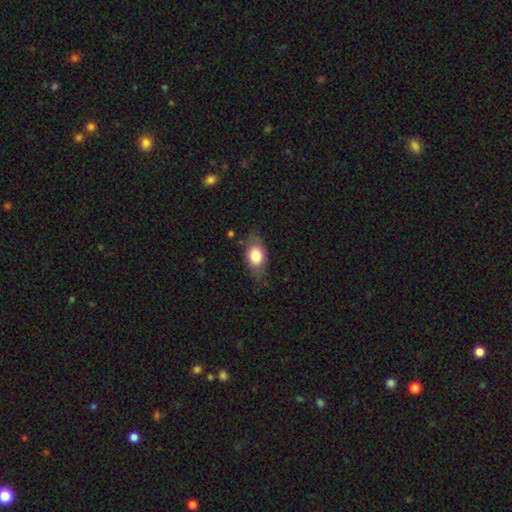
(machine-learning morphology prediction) smooth_or_featured: smooth (p=0.76) [alt: featured or disk p=0.17]
how_rounded: in between (p=0.81) [alt: round p=0.16]
merging: none (p=0.70) [alt: minor disturbance p=0.22]